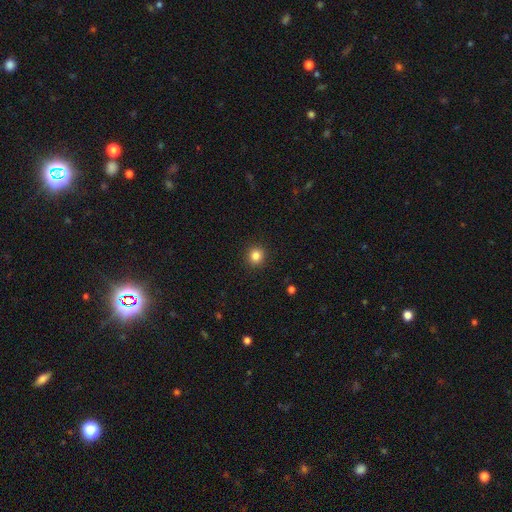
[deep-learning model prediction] Smooth or featured? Predicted: smooth (p=0.84). How rounded? Predicted: round (p=0.92). Merging? Predicted: none (p=0.93).